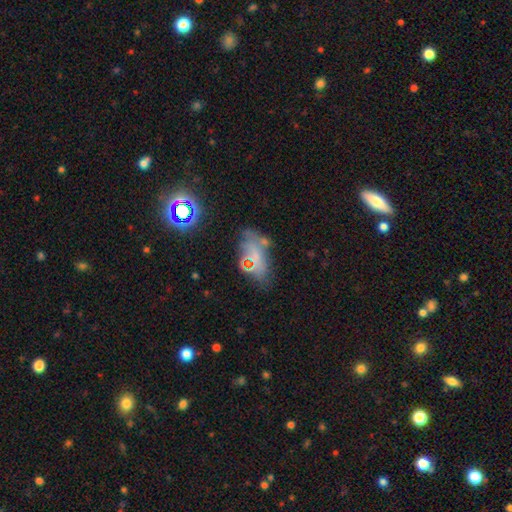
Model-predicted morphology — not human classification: A smooth galaxy with no disk features (47%). Merging: none (55%).